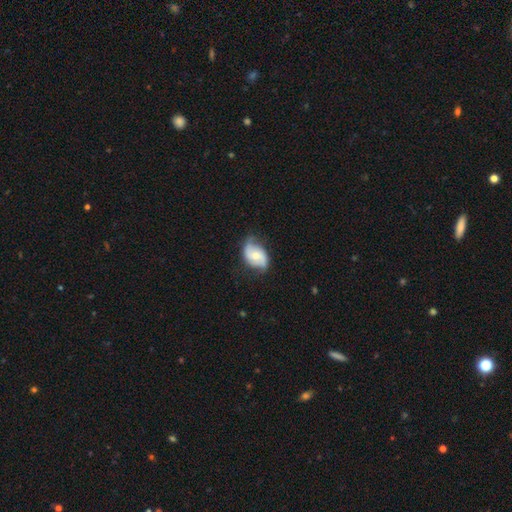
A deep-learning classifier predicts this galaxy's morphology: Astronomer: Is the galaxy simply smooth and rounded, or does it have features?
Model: featured or disk — 62%.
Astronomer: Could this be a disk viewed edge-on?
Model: no — 96%.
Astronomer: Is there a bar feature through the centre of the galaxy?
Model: no — 64%.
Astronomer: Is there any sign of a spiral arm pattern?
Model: yes — 86%.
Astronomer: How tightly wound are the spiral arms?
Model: loose — 48% (runner-up: medium, 35%).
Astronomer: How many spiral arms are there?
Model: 2 — 84%.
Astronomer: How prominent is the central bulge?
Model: moderate — 56% (runner-up: small, 39%).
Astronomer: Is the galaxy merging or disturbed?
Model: none — 62%.